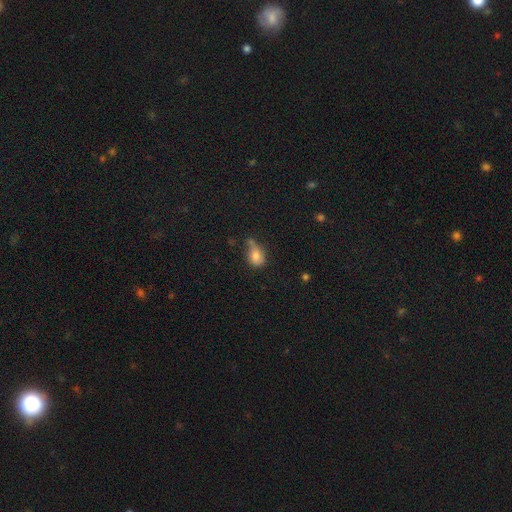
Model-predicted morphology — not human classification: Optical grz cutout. It shows a smooth galaxy with no disk features (75%) that is in between round and cigar-shaped (59%). Merging: minor disturbance (33%, tied with none).